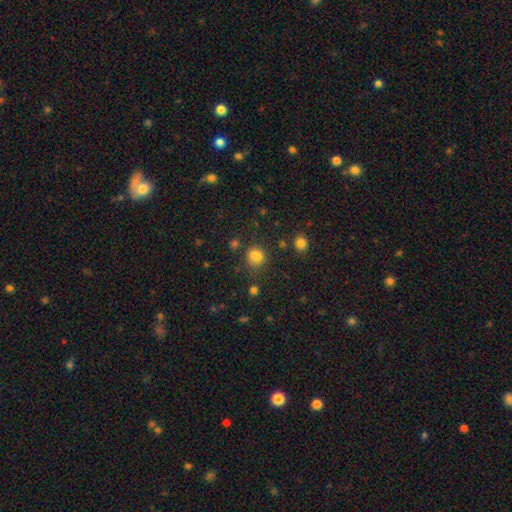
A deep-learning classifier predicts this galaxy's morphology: Smooth or featured? smooth (79%)
How rounded? round (71%)
Merging? none (68%)